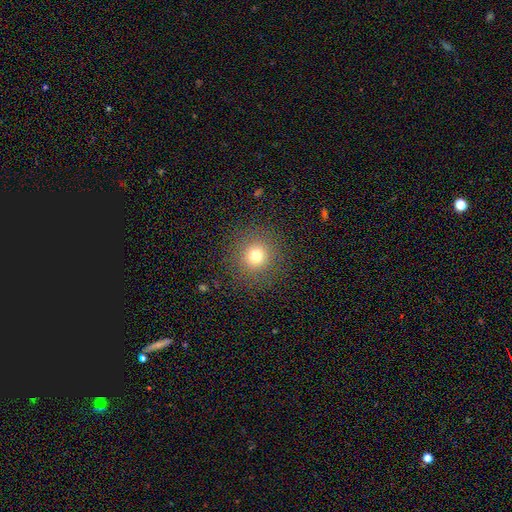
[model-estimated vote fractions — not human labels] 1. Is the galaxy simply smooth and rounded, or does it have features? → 73% smooth, 17% star or artifact, 10% featured or disk.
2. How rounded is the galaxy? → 93% round, 6% in between, 1% cigar-shaped.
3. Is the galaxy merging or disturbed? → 89% none, 6% minor disturbance, 4% major disturbance, 1% merger.